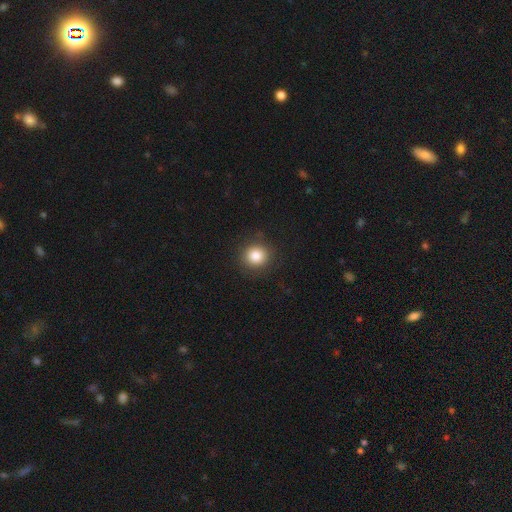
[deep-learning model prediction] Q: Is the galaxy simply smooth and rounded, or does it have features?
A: smooth — 84%.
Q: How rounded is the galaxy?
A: round — 89%.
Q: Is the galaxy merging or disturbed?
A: none — 89%.